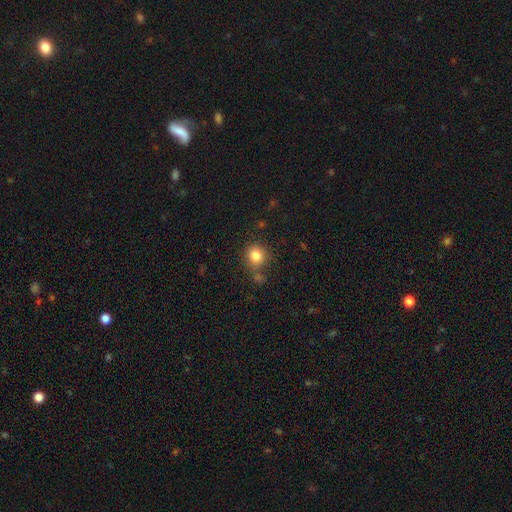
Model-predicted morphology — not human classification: smooth-or-featured: smooth: 82% | star or artifact: 12% | featured or disk: 6%
  how-rounded: round: 87% | in between: 12% | cigar-shaped: 1%
  merging: none: 76% | minor disturbance: 11% | merger: 8% | major disturbance: 4%